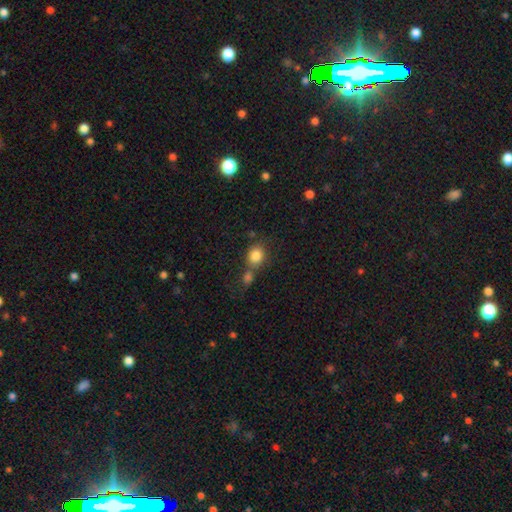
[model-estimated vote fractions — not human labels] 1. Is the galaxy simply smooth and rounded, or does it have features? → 83% smooth, 10% star or artifact, 7% featured or disk.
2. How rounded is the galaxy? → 72% round, 27% in between, 1% cigar-shaped.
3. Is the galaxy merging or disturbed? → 50% none, 36% merger, 10% minor disturbance, 4% major disturbance.